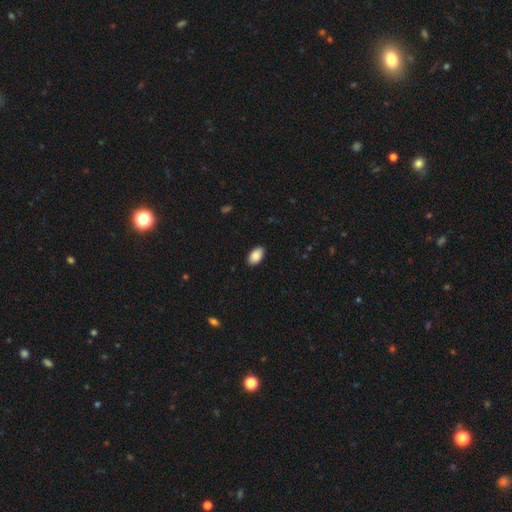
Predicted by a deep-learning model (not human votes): Smooth or featured? Predicted: smooth (p=0.89). How rounded? Predicted: in between (p=0.94). Merging? Predicted: none (p=0.89).